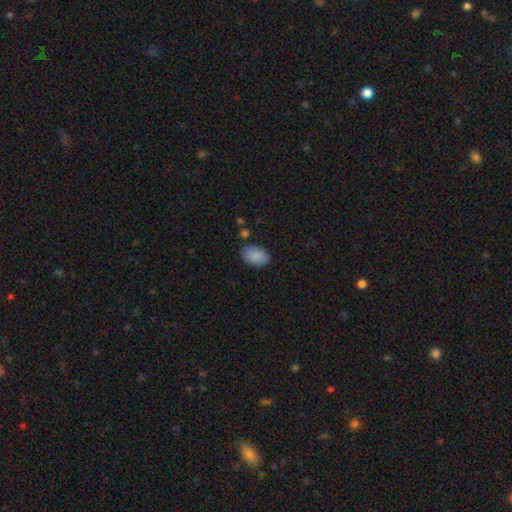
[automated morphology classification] Smooth or featured: smooth — 89% (star or artifact — 7%)
How rounded: in between — 88% (round — 10%)
Merging: none — 82% (minor disturbance — 13%)